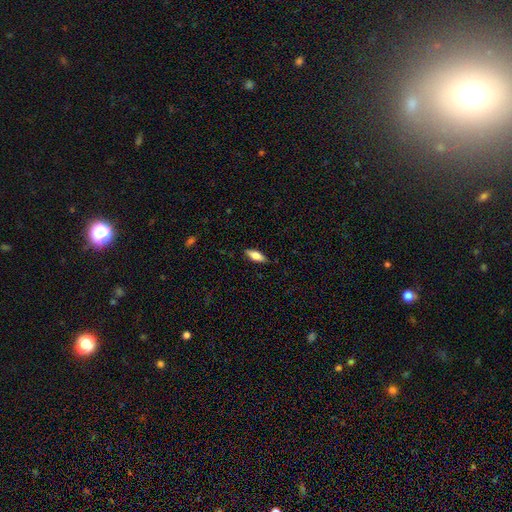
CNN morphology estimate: This is likely a smooth galaxy (67%). How rounded: likely in between (69%). Merging: clearly none (87%).